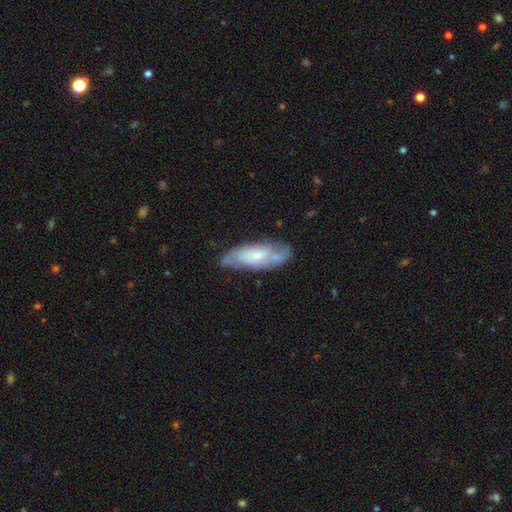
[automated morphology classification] Smooth or featured: featured or disk — 57% (smooth — 36%)
Edge-on disk: no — 83% (yes — 17%)
Merging: none — 65% (minor disturbance — 23%)